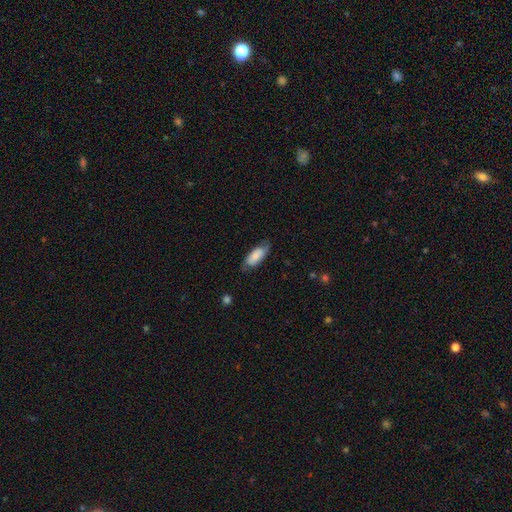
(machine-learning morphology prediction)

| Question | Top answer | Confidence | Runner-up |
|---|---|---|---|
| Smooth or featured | smooth | 77% | featured or disk (17%) |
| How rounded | in between | 80% | cigar-shaped (19%) |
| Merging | none | 67% | minor disturbance (25%) |